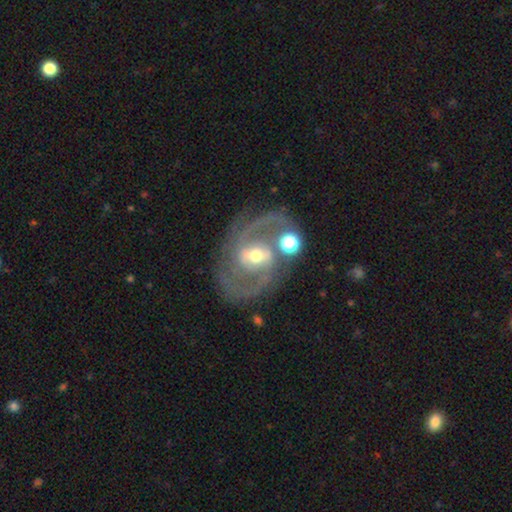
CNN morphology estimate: The model was most divided on "bar": weak: 46%, strong: 28%, no: 26%. More confident: edge-on disk — no (97%); spiral arms — yes (94%); smooth or featured — featured or disk (87%); spiral arm count — 2 (83%); merging — none (66%); bulge size — moderate (63%); spiral winding — medium (57%).